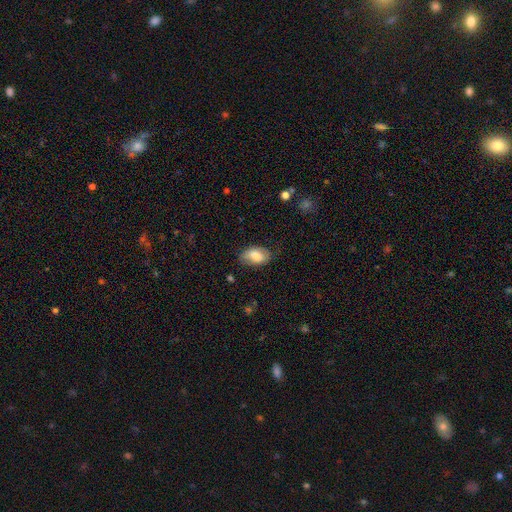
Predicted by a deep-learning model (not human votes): smooth_or_featured: smooth (p=0.76) [alt: featured or disk p=0.17]
how_rounded: in between (p=0.91) [alt: round p=0.07]
merging: none (p=0.76) [alt: minor disturbance p=0.19]